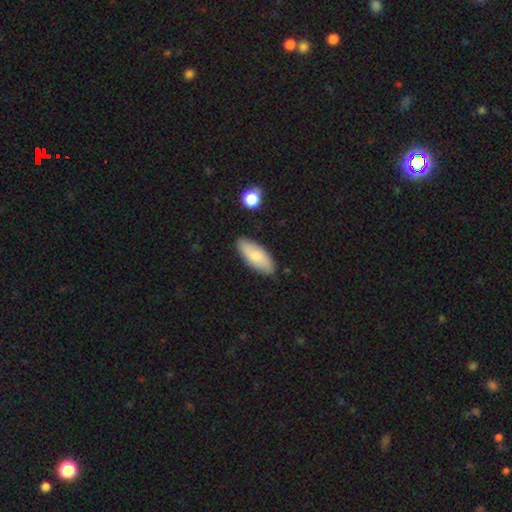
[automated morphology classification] Smooth or featured? smooth (77%)
How rounded? in between (82%)
Merging? none (83%)